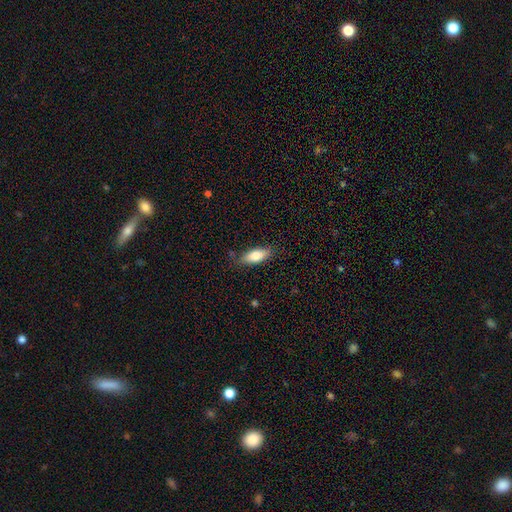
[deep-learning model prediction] This is likely a smooth galaxy (78%). How rounded: likely in between (74%). Merging: clearly none (81%).